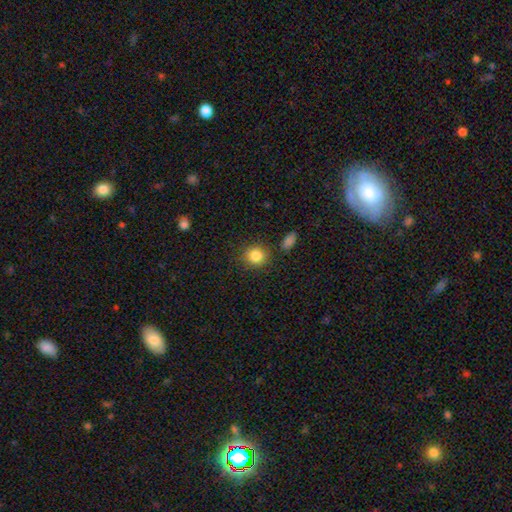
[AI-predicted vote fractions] Smooth or featured?
  - smooth: 85% *
  - star or artifact: 9%
  - featured or disk: 5%
How rounded?
  - round: 84% *
  - in between: 15%
  - cigar-shaped: 1%
Merging?
  - none: 83% *
  - minor disturbance: 9%
  - merger: 4%
  - major disturbance: 3%